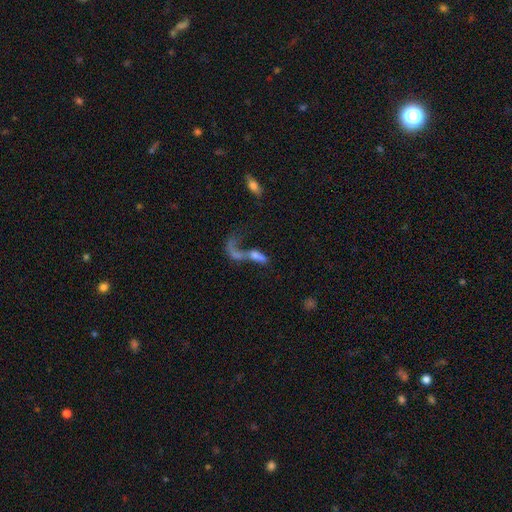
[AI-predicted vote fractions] featured or disk 51%, smooth 36%, star or artifact 13%. Down the decision tree: edge-on disk — no (81%); merging — merger (38%).